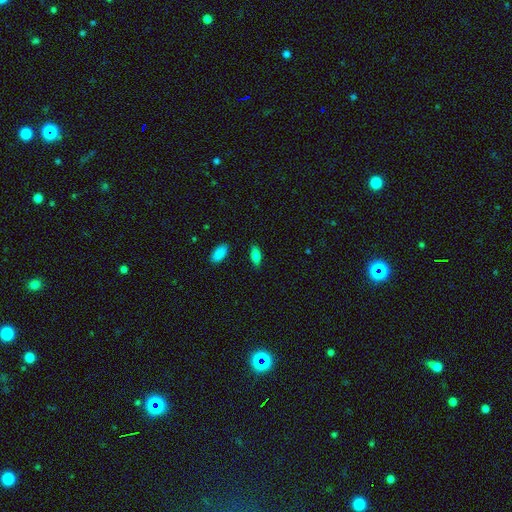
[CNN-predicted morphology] Smooth or featured? smooth (83%)
How rounded? in between (81%)
Merging? none (85%)